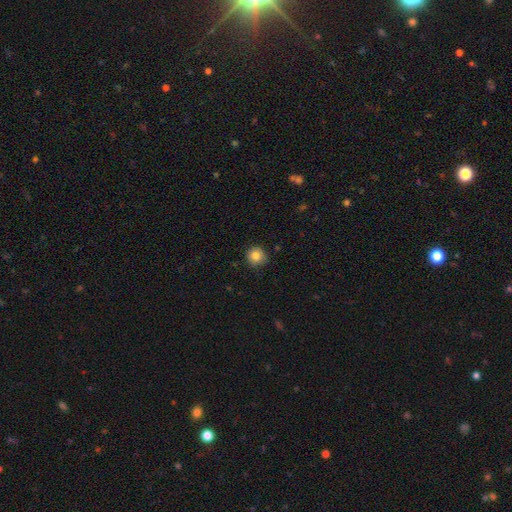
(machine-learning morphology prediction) The model was most divided on "smooth or featured": smooth: 83%, star or artifact: 10%, featured or disk: 7%. More confident: how rounded — round (92%); merging — none (86%).